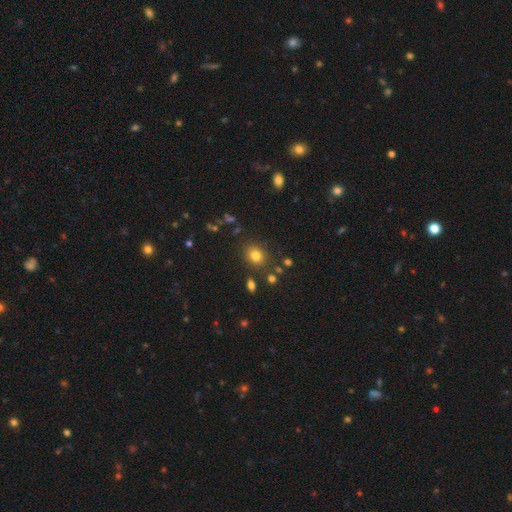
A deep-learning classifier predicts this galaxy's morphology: This is likely a smooth galaxy (78%). How rounded: likely round (69%). Merging: clearly none (83%).